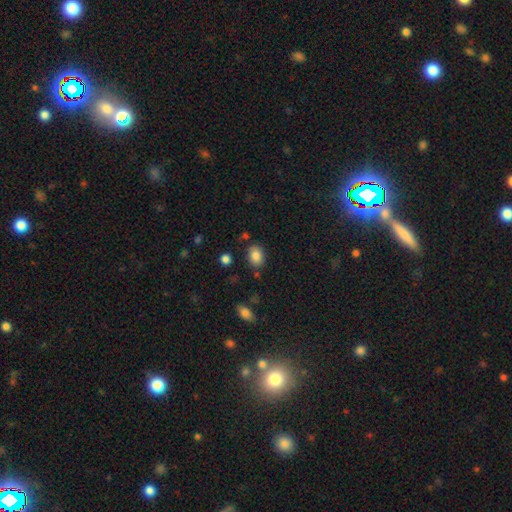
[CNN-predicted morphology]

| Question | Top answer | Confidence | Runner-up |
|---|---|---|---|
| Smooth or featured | smooth | 86% | star or artifact (8%) |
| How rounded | in between | 64% | round (35%) |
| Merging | none | 81% | minor disturbance (12%) |